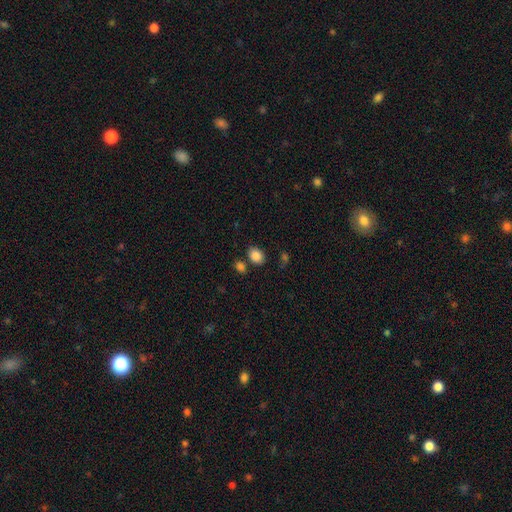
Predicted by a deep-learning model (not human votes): Smooth or featured?
  - smooth: 86% *
  - star or artifact: 9%
  - featured or disk: 5%
How rounded?
  - in between: 64% *
  - round: 35%
  - cigar-shaped: 1%
Merging?
  - none: 75% *
  - minor disturbance: 11%
  - merger: 10%
  - major disturbance: 4%